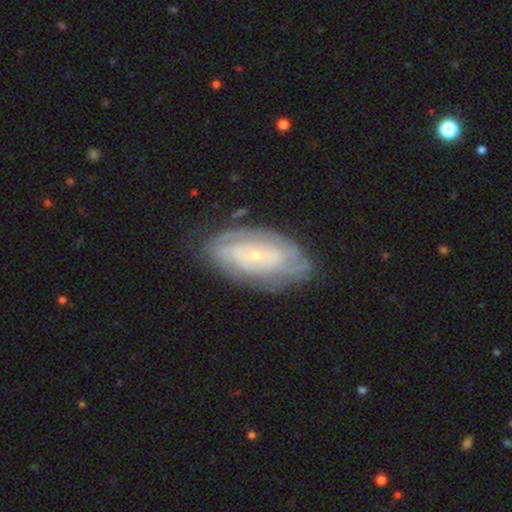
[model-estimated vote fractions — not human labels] Q: Smooth or featured?
A: featured or disk (75%); runner-up: smooth (18%)
Q: Edge-on disk?
A: no (94%); runner-up: yes (6%)
Q: Bar?
A: no (74%); runner-up: weak (20%)
Q: Spiral arms?
A: yes (87%); runner-up: no (13%)
Q: Spiral winding?
A: tight (75%); runner-up: medium (19%)
Q: Spiral arm count?
A: can't tell (52%); runner-up: 2 (17%)
Q: Bulge size?
A: small (83%); runner-up: moderate (12%)
Q: Merging?
A: none (75%); runner-up: minor disturbance (18%)